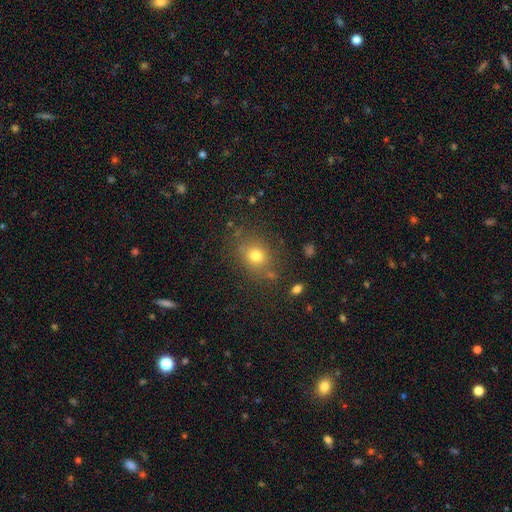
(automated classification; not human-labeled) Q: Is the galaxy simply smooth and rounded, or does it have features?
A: smooth — 74%.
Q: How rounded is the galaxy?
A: round — 70%.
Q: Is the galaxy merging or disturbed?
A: none — 78%.